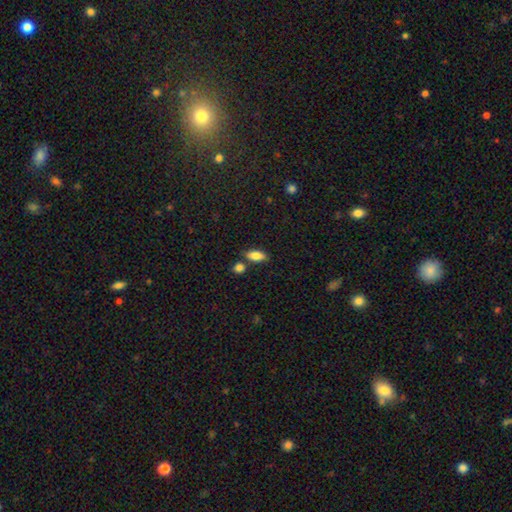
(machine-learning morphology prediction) Q: Smooth or featured?
A: smooth (82%); runner-up: featured or disk (11%)
Q: How rounded?
A: in between (83%); runner-up: cigar-shaped (13%)
Q: Merging?
A: none (74%); runner-up: minor disturbance (12%)